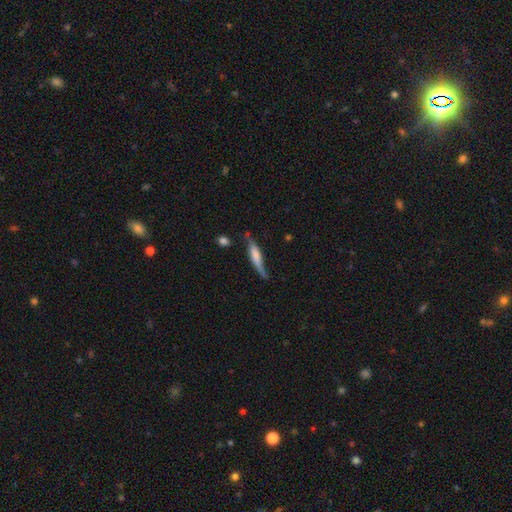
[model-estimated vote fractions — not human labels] Morphology: type=smooth (48%); merging=none (52%).